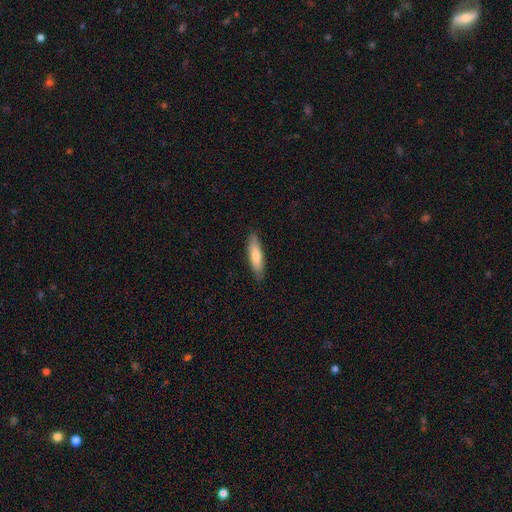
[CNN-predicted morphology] Smooth or featured? smooth (75%)
How rounded? cigar-shaped (70%)
Merging? none (87%)